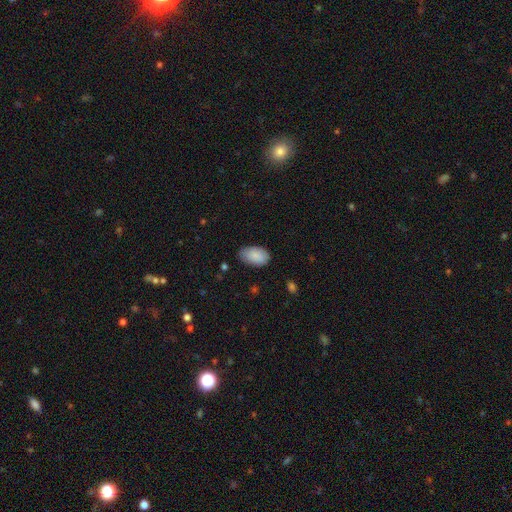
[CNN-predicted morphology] This is clearly a smooth galaxy (88%). How rounded: clearly in between (94%). Merging: likely none (76%).